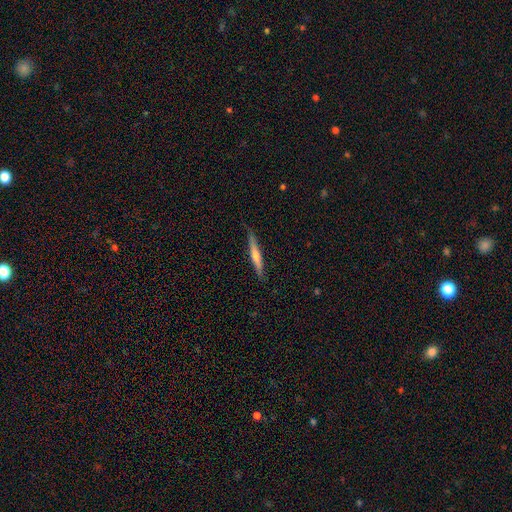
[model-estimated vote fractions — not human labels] This is possibly a featured or disk galaxy (58%). It is clearly viewed edge-on (97%). Edge-on bulge: likely rounded (74%). Merging: clearly none (85%).